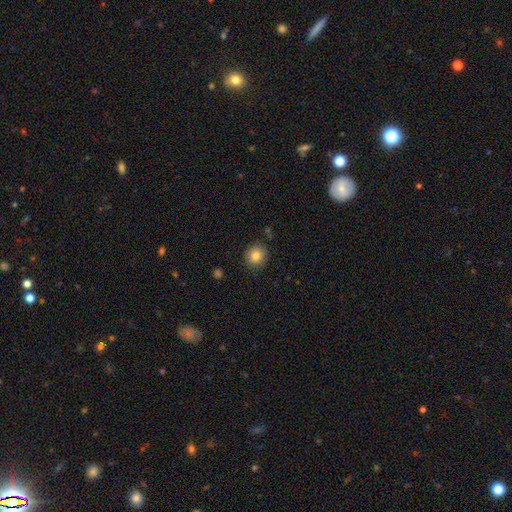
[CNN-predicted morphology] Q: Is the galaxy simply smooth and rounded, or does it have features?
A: smooth — 83%.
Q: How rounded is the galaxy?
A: round — 83%.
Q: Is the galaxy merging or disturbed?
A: none — 86%.